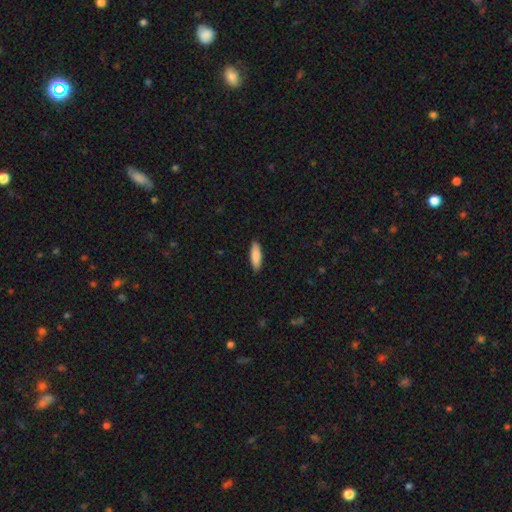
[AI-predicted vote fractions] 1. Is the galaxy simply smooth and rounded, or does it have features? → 88% smooth, 7% featured or disk, 5% star or artifact.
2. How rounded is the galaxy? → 53% cigar-shaped, 46% in between, 2% round.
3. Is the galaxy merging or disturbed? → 90% none, 8% minor disturbance, 2% major disturbance, 1% merger.